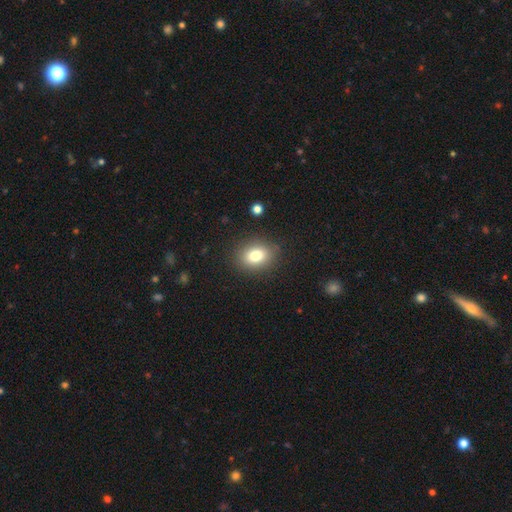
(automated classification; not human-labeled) Smooth or featured?
  - smooth: 80% *
  - star or artifact: 11%
  - featured or disk: 10%
How rounded?
  - in between: 61% *
  - round: 38%
  - cigar-shaped: 1%
Merging?
  - none: 87% *
  - minor disturbance: 9%
  - major disturbance: 3%
  - merger: 1%